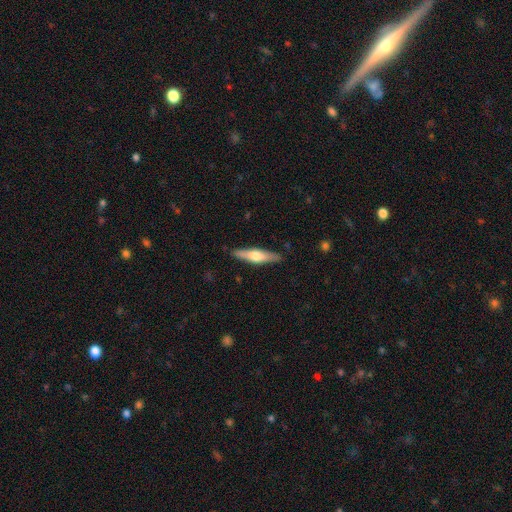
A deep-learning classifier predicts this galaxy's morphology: smooth-or-featured: featured or disk: 52% | smooth: 43% | star or artifact: 5%
  disk-edge-on: yes: 94% | no: 6%
  merging: none: 89% | minor disturbance: 8% | major disturbance: 2% | merger: 1%